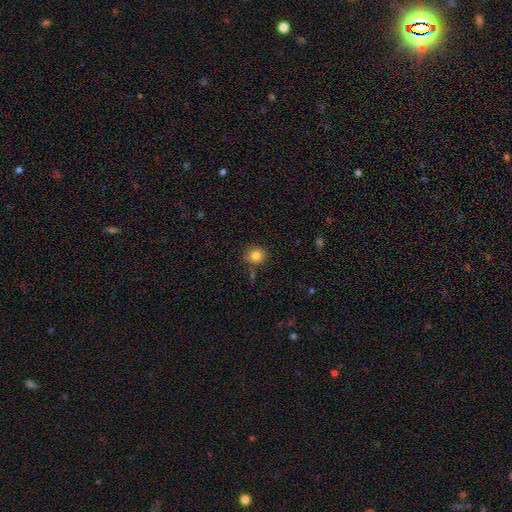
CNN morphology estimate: Smooth or featured: smooth — 82% (star or artifact — 11%)
How rounded: round — 87% (in between — 12%)
Merging: none — 83% (minor disturbance — 10%)